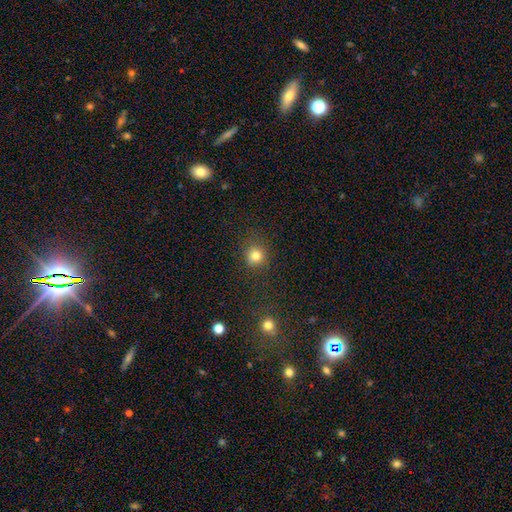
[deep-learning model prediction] Smooth or featured: smooth — 80% (star or artifact — 14%)
How rounded: round — 88% (in between — 11%)
Merging: none — 84% (minor disturbance — 10%)